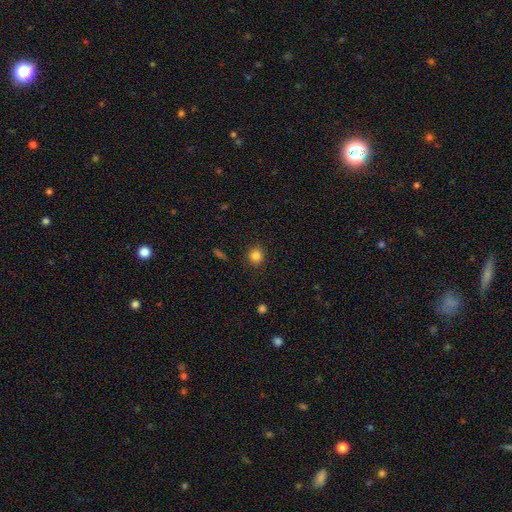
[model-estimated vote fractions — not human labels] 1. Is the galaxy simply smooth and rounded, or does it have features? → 83% smooth, 12% star or artifact, 5% featured or disk.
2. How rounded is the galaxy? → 90% round, 9% in between, 1% cigar-shaped.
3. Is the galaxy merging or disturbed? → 89% none, 7% minor disturbance, 2% major disturbance, 1% merger.